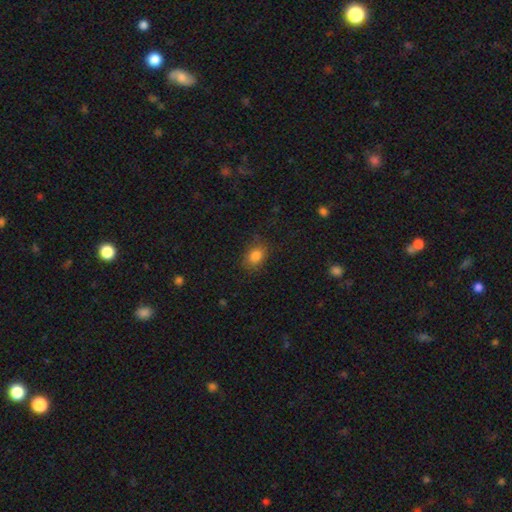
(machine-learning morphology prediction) This appears to be a smooth galaxy with no disk features (82%) that is in between round and cigar-shaped (62%). Merging: none (77%).